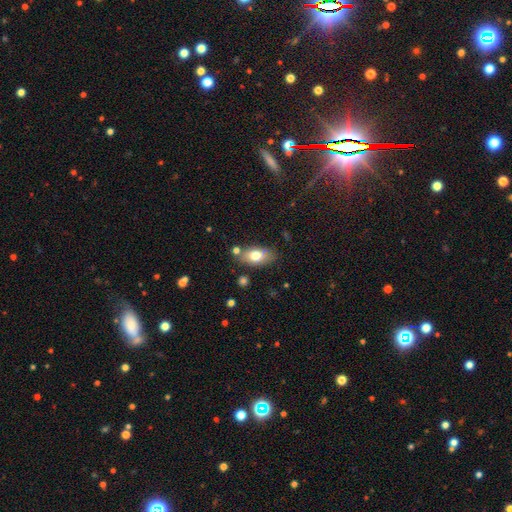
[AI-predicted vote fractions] Smooth or featured: smooth — 73% (featured or disk — 19%)
How rounded: in between — 88% (round — 7%)
Merging: none — 76% (minor disturbance — 15%)